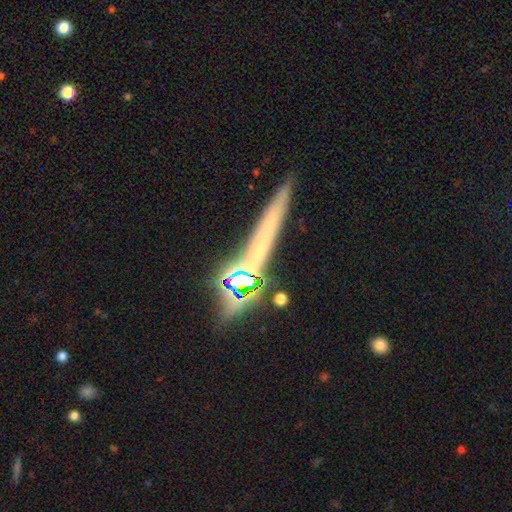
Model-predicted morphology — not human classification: A featured or disk galaxy (39%).

Vote fractions:
- Smooth or featured? featured or disk: 39% / smooth: 33% / star or artifact: 28%
- Merging? none: 73% / minor disturbance: 12% / merger: 9% / major disturbance: 5%